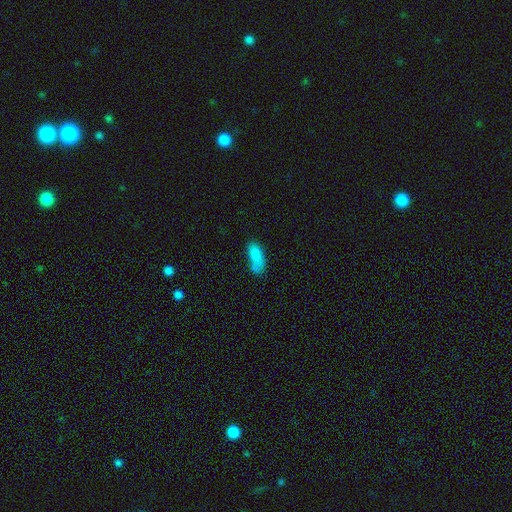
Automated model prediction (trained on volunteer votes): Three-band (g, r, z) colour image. It shows a smooth galaxy with no disk features (83%) that is in between round and cigar-shaped (80%). Merging: none (49%).